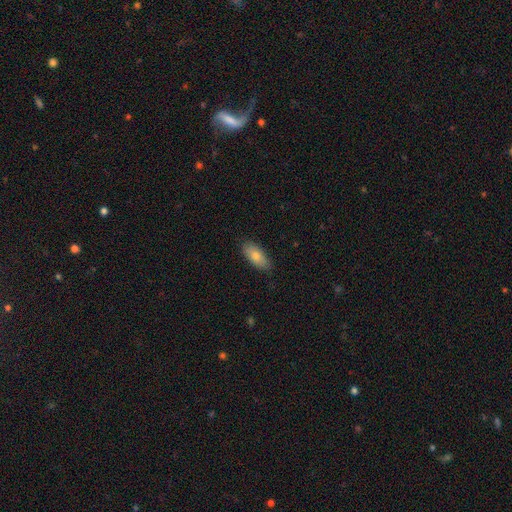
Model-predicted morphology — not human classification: This appears to be a smooth galaxy with no disk features (76%) that is in between round and cigar-shaped (83%). Merging: none (86%).